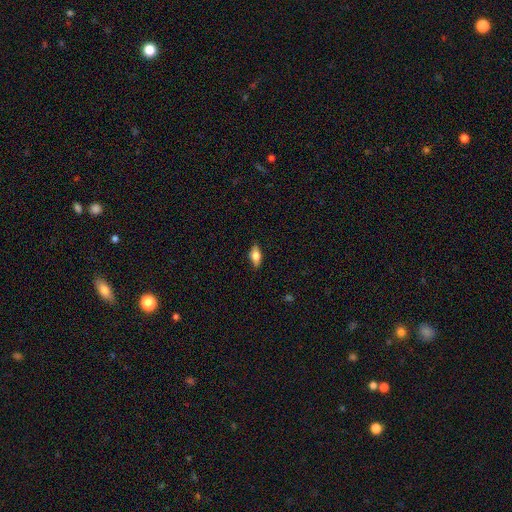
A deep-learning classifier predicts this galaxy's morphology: Smooth or featured? smooth (67%)
How rounded? in between (82%)
Merging? none (85%)